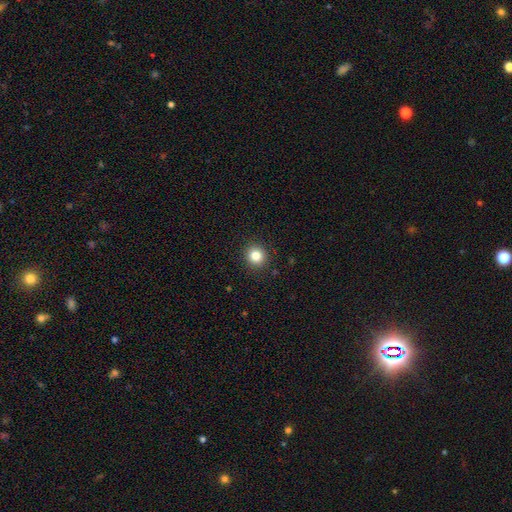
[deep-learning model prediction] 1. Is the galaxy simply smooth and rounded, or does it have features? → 82% smooth, 12% star or artifact, 6% featured or disk.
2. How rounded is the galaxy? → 91% round, 8% in between, 1% cigar-shaped.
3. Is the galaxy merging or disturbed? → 92% none, 6% minor disturbance, 2% major disturbance, 1% merger.